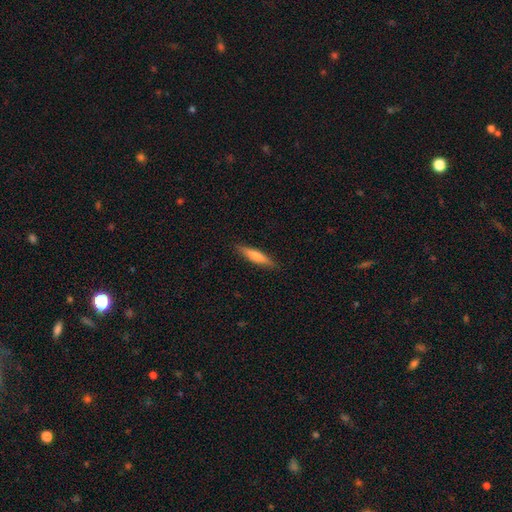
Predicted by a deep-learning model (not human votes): Smooth or featured?
  - smooth: 64% *
  - featured or disk: 30%
  - star or artifact: 6%
How rounded?
  - cigar-shaped: 86% *
  - in between: 13%
  - round: 1%
Merging?
  - none: 89% *
  - minor disturbance: 8%
  - major disturbance: 2%
  - merger: 1%